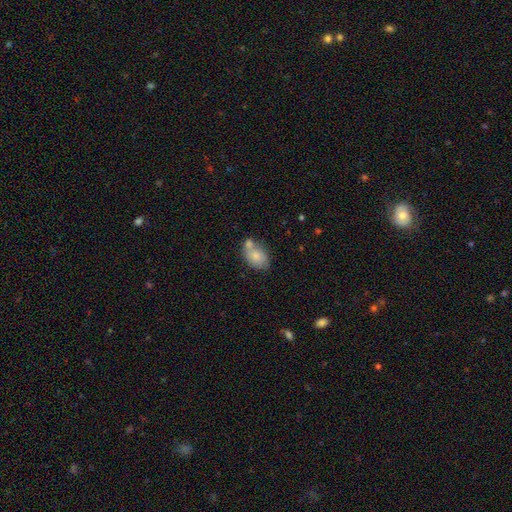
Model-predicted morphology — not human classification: This is likely a smooth galaxy (75%). How rounded: clearly in between (81%). Merging: marginally none (41%).